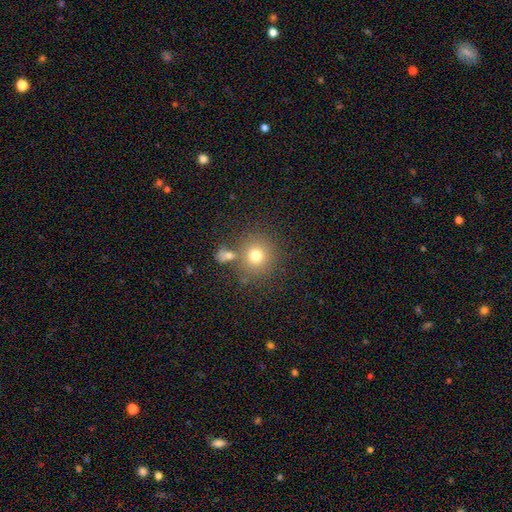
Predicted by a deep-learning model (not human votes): smooth-or-featured: smooth: 74% | star or artifact: 14% | featured or disk: 12%
  how-rounded: round: 89% | in between: 10% | cigar-shaped: 1%
  merging: none: 68% | merger: 17% | minor disturbance: 10% | major disturbance: 5%